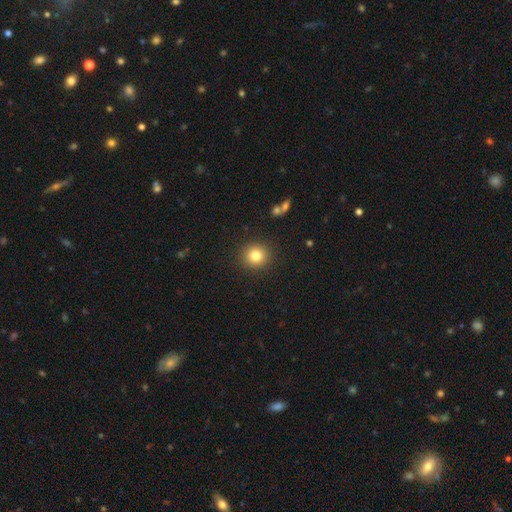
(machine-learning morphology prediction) Smooth or featured: smooth — 80% (star or artifact — 12%)
How rounded: round — 92% (in between — 8%)
Merging: none — 90% (minor disturbance — 6%)